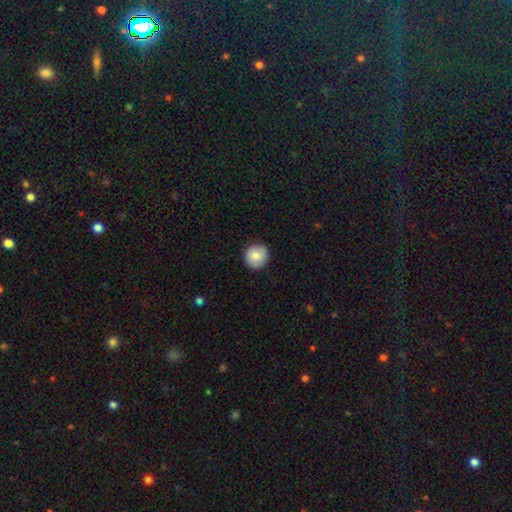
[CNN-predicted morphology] Smooth or featured?
  - smooth: 80% *
  - featured or disk: 13%
  - star or artifact: 7%
How rounded?
  - round: 92% *
  - in between: 7%
  - cigar-shaped: 1%
Merging?
  - none: 89% *
  - minor disturbance: 8%
  - major disturbance: 2%
  - merger: 1%